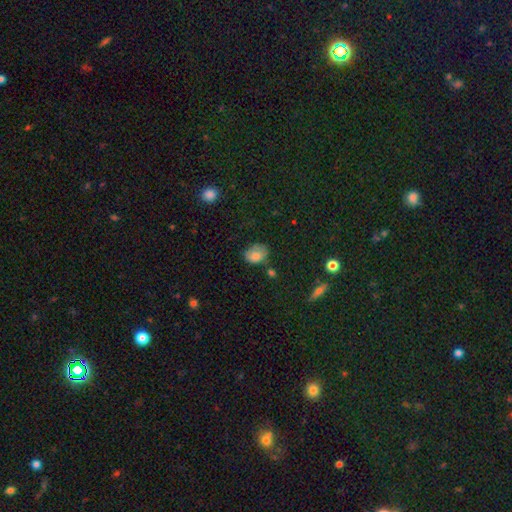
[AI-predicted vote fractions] Smooth or featured? Predicted: smooth (p=0.79). How rounded? Predicted: in between (p=0.61). Merging? Predicted: none (p=0.53).